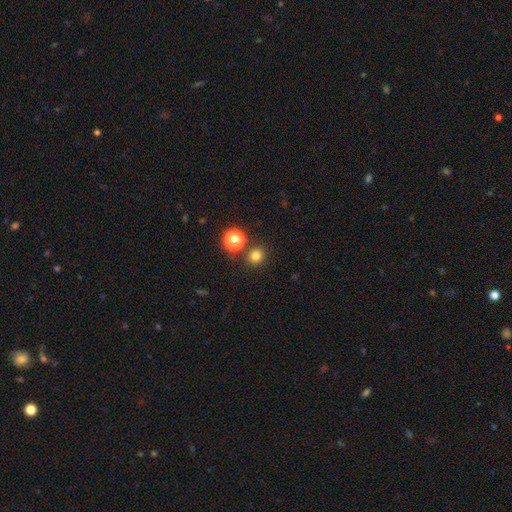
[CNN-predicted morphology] This appears to be a smooth galaxy with no disk features (78%) that is round (87%). Merging: none (83%).